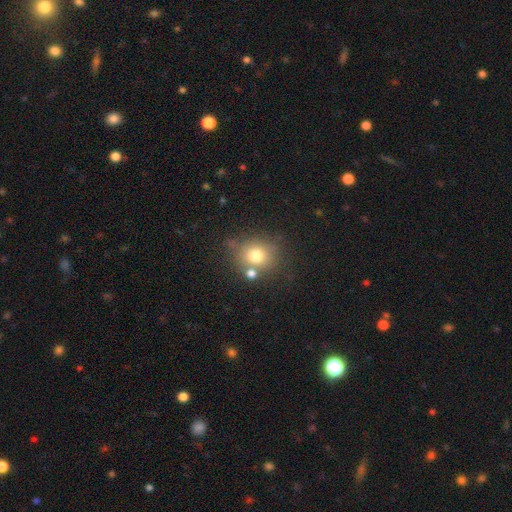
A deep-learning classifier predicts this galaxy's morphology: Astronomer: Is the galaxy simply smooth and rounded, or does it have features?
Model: smooth — 74%.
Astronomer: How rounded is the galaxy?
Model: round — 76%.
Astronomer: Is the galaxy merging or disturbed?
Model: none — 63%.